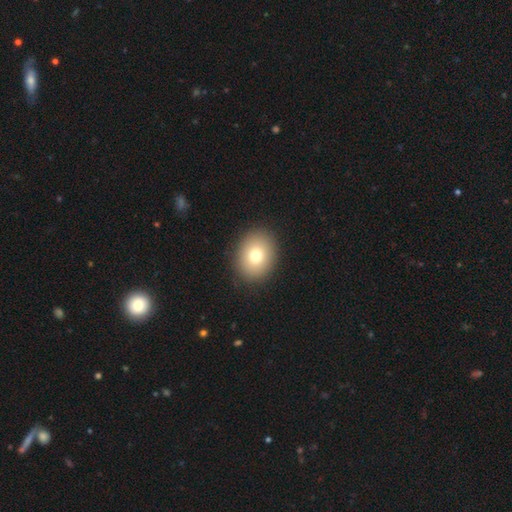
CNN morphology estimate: smooth_or_featured: smooth (p=0.78) [alt: featured or disk p=0.12]
how_rounded: in between (p=0.52) [alt: round p=0.47]
merging: none (p=0.90) [alt: minor disturbance p=0.07]